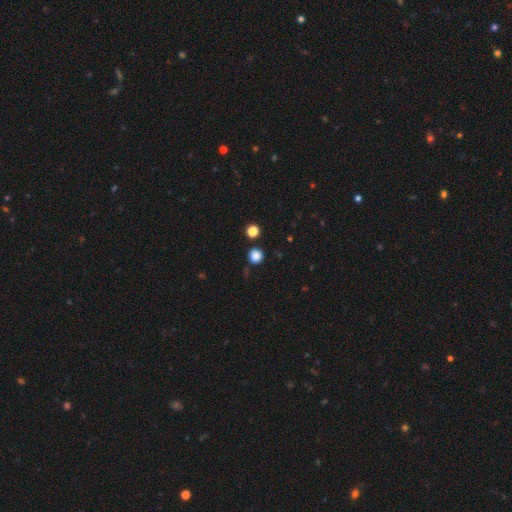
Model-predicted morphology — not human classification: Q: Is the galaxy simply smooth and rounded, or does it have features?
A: smooth — 85%.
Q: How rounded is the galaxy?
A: round — 92%.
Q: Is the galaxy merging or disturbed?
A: none — 87%.